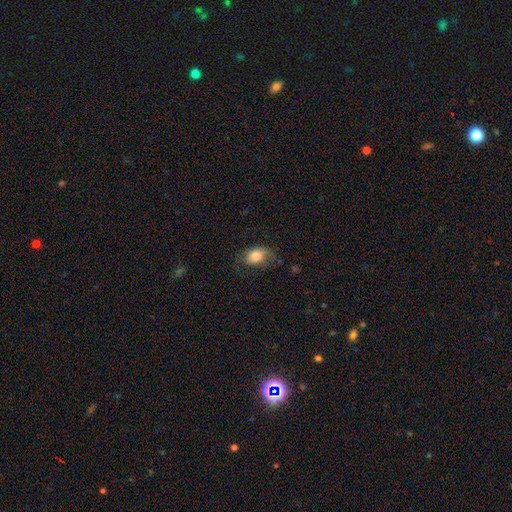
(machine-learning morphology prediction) A smooth galaxy with no disk features (79%) that is in between round and cigar-shaped (85%).

Vote fractions:
- Smooth or featured? smooth: 79% / featured or disk: 13% / star or artifact: 8%
- How rounded? in between: 85% / round: 14% / cigar-shaped: 1%
- Merging? none: 55% / minor disturbance: 29% / major disturbance: 15% / merger: 2%